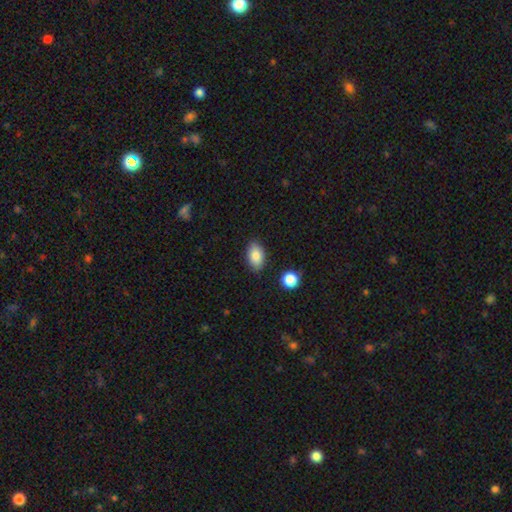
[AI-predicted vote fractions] smooth 86%, star or artifact 8%, featured or disk 7%. Down the decision tree: how rounded — in between (90%); merging — none (85%).